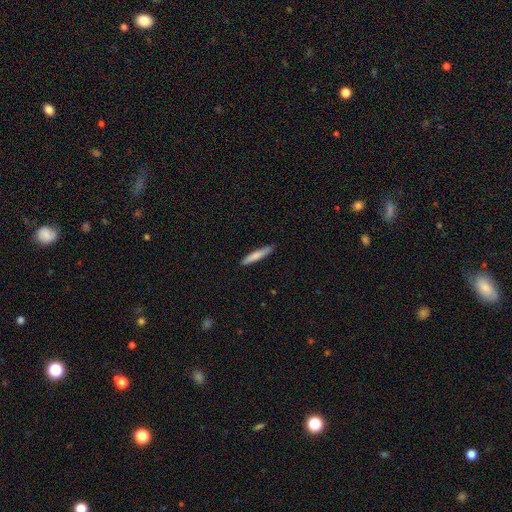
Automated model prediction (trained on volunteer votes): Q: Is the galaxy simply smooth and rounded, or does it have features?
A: smooth — 77%.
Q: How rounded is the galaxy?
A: cigar-shaped — 93%.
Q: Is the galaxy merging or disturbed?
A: none — 88%.